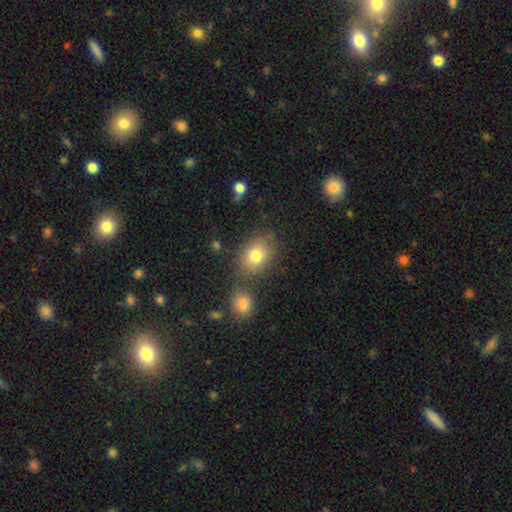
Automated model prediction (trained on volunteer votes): Smooth or featured? Predicted: smooth (p=0.79). How rounded? Predicted: in between (p=0.55). Merging? Predicted: none (p=0.66).